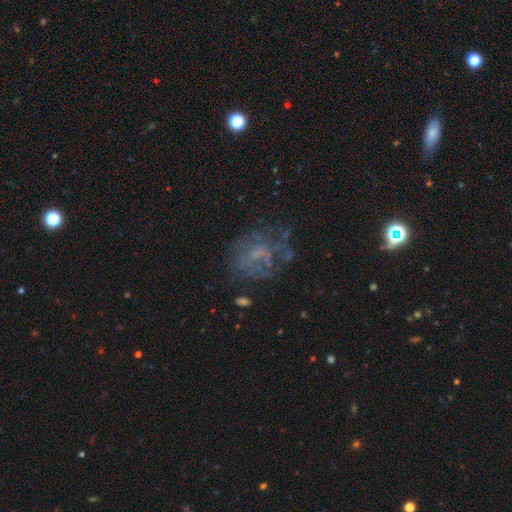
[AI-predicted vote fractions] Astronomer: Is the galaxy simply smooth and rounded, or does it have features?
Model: featured or disk — 51%.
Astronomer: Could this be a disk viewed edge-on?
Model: no — 97%.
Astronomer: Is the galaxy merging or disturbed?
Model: none — 52%.